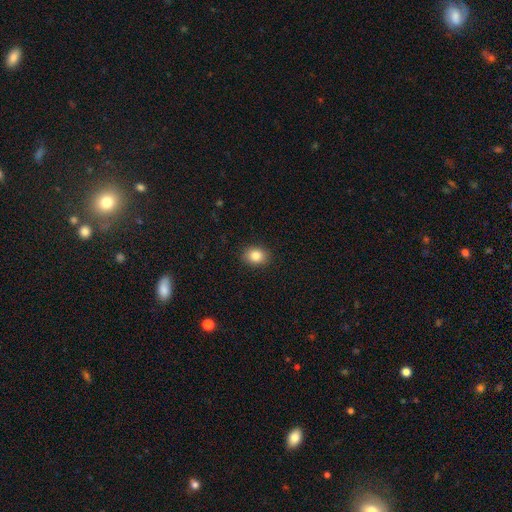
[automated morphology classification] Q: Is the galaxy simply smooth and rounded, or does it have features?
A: smooth — 85%.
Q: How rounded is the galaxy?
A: in between — 57%.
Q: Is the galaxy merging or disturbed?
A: none — 90%.